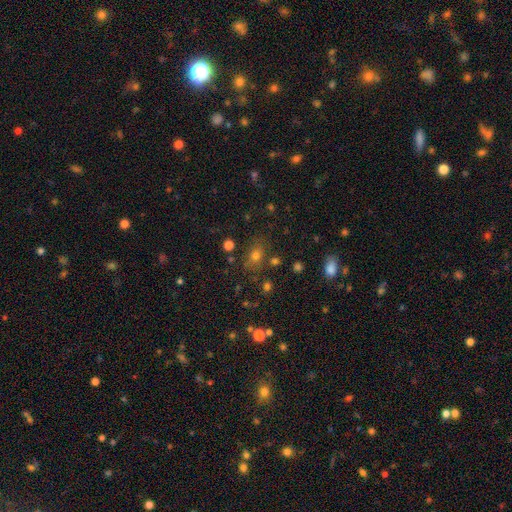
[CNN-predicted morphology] smooth_or_featured: smooth (p=0.68) [alt: star or artifact p=0.22]
how_rounded: in between (p=0.60) [alt: round p=0.38]
merging: none (p=0.76) [alt: minor disturbance p=0.13]